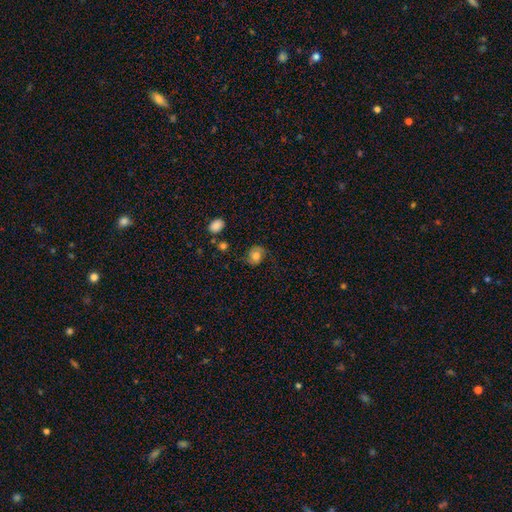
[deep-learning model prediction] Q: Smooth or featured?
A: smooth (66%); runner-up: featured or disk (24%)
Q: How rounded?
A: round (60%); runner-up: in between (39%)
Q: Merging?
A: none (66%); runner-up: minor disturbance (22%)